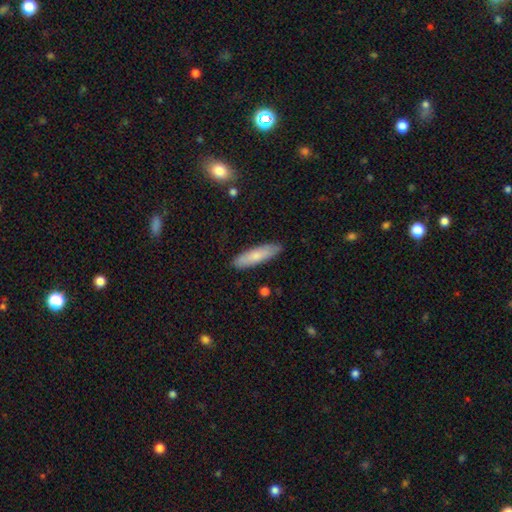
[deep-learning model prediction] The model was most divided on "how rounded": cigar-shaped: 72%, in between: 26%, round: 2%. More confident: merging — none (88%); smooth or featured — smooth (75%).